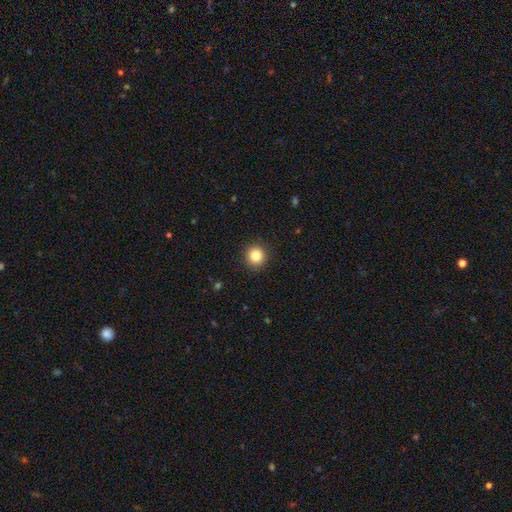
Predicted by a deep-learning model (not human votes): smooth-or-featured: smooth: 84% | star or artifact: 11% | featured or disk: 5%
  how-rounded: round: 93% | in between: 6% | cigar-shaped: 1%
  merging: none: 92% | minor disturbance: 5% | major disturbance: 2% | merger: 1%